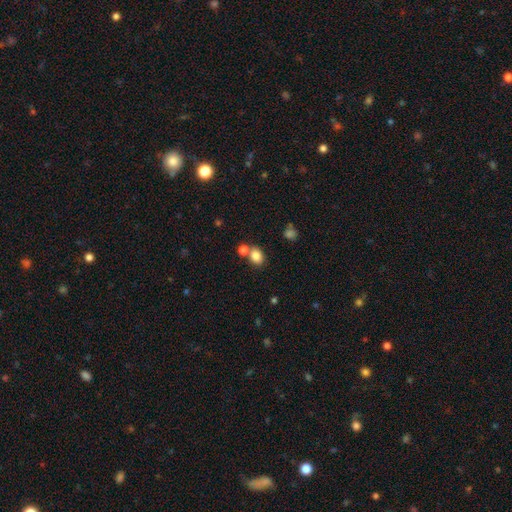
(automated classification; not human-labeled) Morphology: type=smooth (83%); roundness=in between (55%); merging=none (57%).